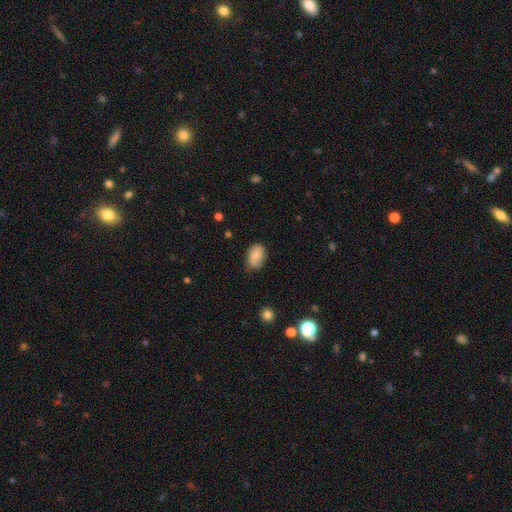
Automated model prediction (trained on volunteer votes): This appears to be a smooth galaxy with no disk features (70%) that is in between round and cigar-shaped (82%). Merging: none (72%).